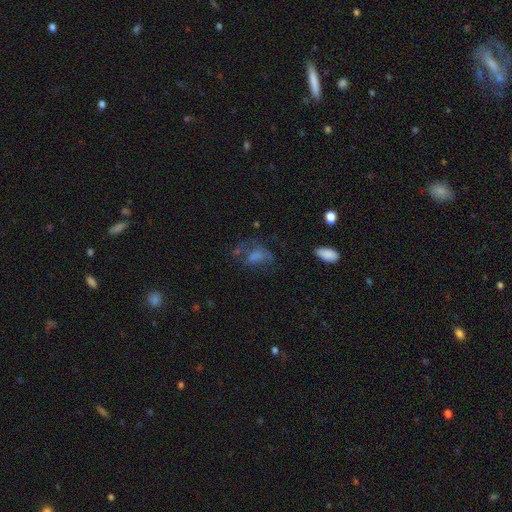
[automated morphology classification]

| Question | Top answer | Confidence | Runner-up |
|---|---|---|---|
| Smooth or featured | smooth | 51% | featured or disk (33%) |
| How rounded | in between | 77% | round (20%) |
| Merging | major disturbance | 36% | none (35%) |